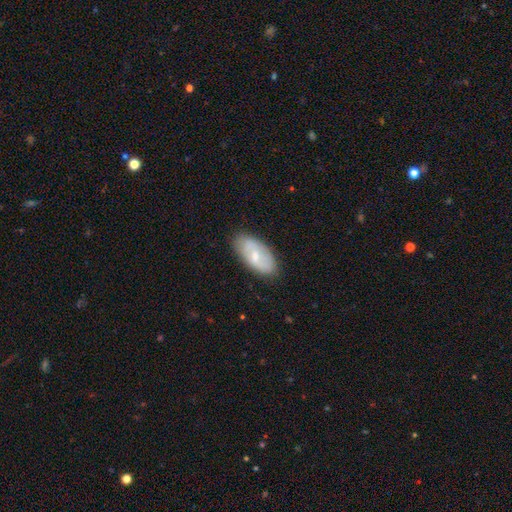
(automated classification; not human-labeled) Overall: smooth (53%; featured or disk 41%). How rounded: in between (92%). Merging: none (82%).